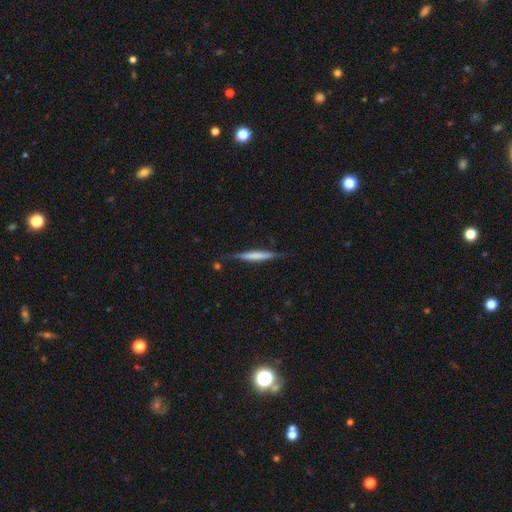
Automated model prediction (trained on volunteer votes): smooth 48%, featured or disk 47%, star or artifact 6%. Down the decision tree: merging — none (78%).